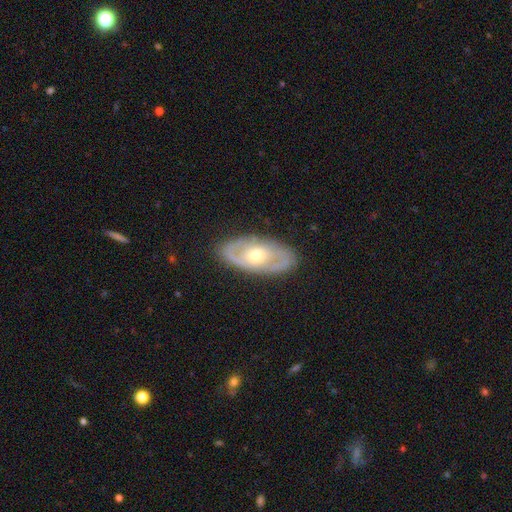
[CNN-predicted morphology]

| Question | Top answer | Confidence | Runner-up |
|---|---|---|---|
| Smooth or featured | featured or disk | 69% | smooth (26%) |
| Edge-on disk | no | 86% | yes (14%) |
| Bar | no | 73% | weak (20%) |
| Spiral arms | no | 51% | yes (49%) |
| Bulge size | moderate | 72% | small (14%) |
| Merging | none | 86% | minor disturbance (11%) |